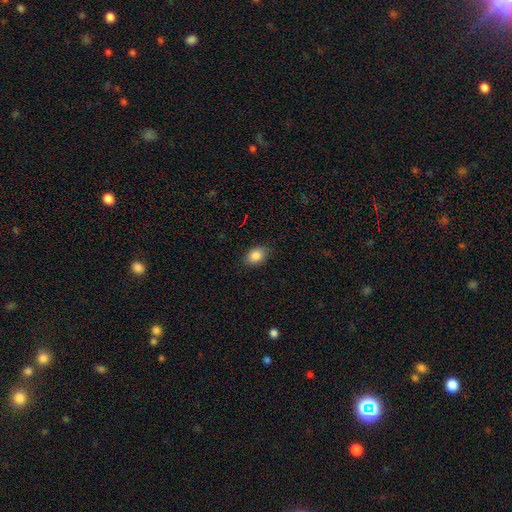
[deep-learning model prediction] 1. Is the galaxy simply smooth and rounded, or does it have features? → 86% smooth, 8% star or artifact, 6% featured or disk.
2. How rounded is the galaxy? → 79% in between, 20% round, 1% cigar-shaped.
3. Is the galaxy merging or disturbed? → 84% none, 12% minor disturbance, 3% major disturbance, 1% merger.